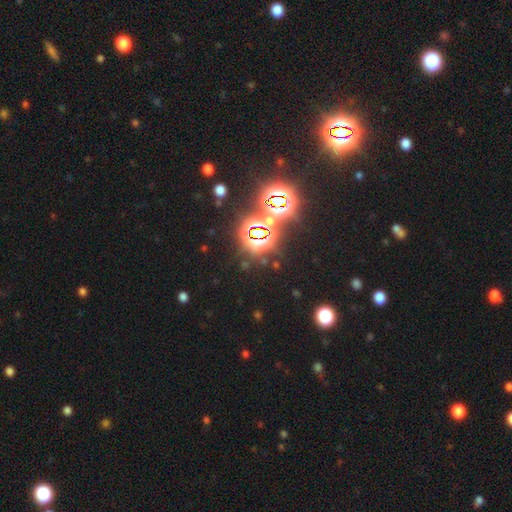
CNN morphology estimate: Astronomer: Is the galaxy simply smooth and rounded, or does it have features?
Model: star or artifact — 78%.